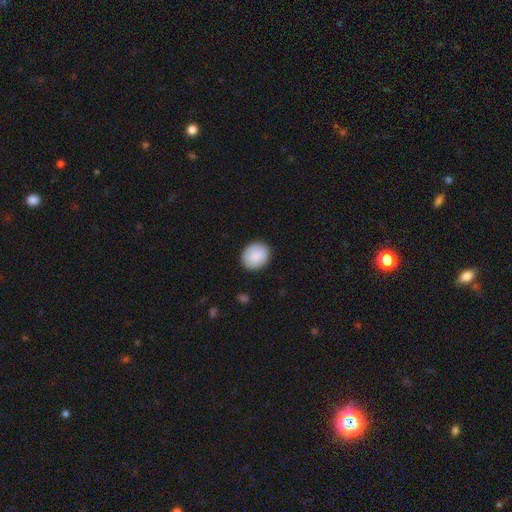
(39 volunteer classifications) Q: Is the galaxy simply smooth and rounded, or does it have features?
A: smooth — 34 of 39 (87%).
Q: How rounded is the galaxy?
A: round — 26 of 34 (76%).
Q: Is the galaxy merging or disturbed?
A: none — 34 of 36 (94%).